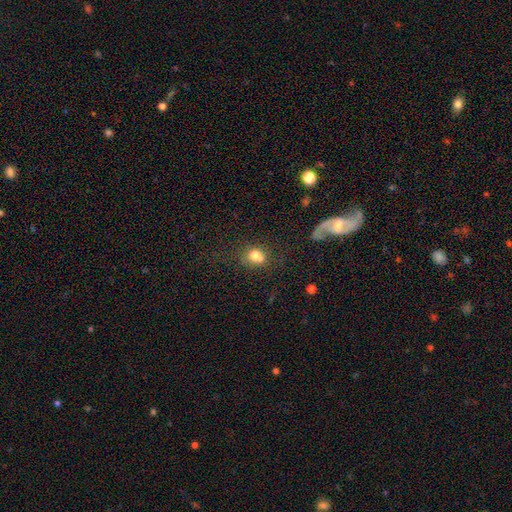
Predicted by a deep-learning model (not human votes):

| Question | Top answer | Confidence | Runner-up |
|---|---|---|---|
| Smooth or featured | smooth | 74% | star or artifact (13%) |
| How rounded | round | 56% | in between (43%) |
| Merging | none | 47% | merger (26%) |